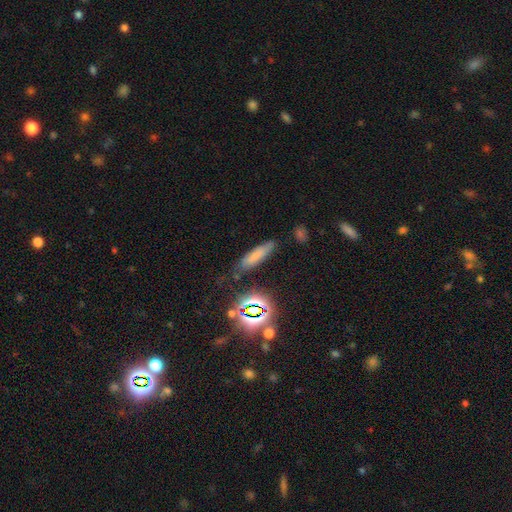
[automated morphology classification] Q: Smooth or featured?
A: smooth (64%); runner-up: star or artifact (20%)
Q: How rounded?
A: cigar-shaped (75%); runner-up: in between (22%)
Q: Merging?
A: none (74%); runner-up: minor disturbance (17%)